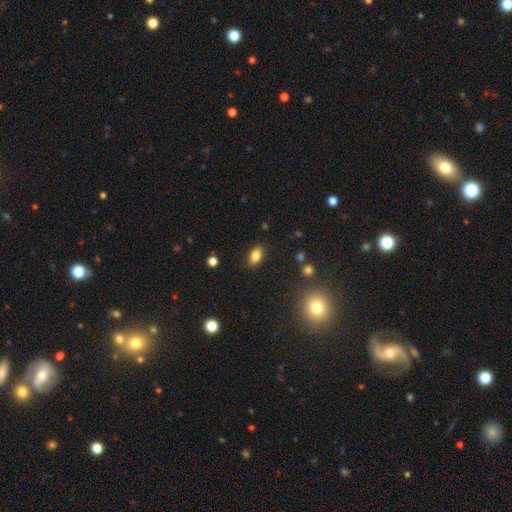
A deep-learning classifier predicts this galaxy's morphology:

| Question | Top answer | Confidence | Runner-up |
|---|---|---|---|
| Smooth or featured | smooth | 82% | star or artifact (10%) |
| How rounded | in between | 86% | round (11%) |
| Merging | none | 86% | minor disturbance (10%) |